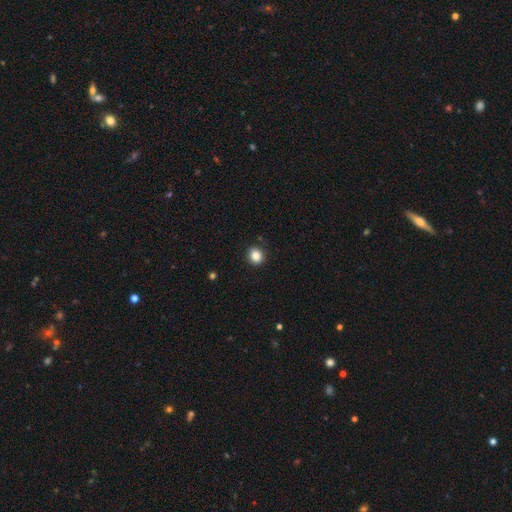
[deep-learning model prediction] Morphology: type=smooth (85%); roundness=round (77%); merging=none (90%).